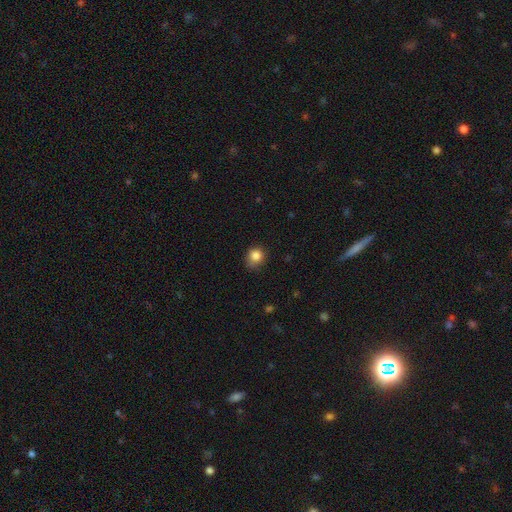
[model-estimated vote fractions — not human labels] This is clearly a smooth galaxy (84%). How rounded: likely round (76%). Merging: likely none (62%).